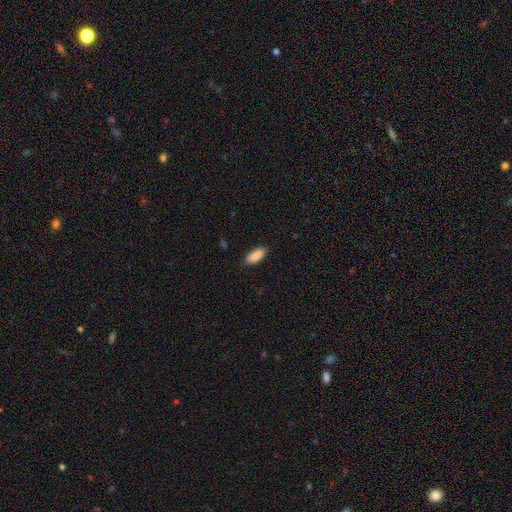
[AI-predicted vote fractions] A smooth galaxy with no disk features (89%) that is in between round and cigar-shaped (80%).

Vote fractions:
- Smooth or featured? smooth: 89% / star or artifact: 6% / featured or disk: 5%
- How rounded? in between: 80% / cigar-shaped: 18% / round: 2%
- Merging? none: 86% / minor disturbance: 10% / major disturbance: 2% / merger: 1%